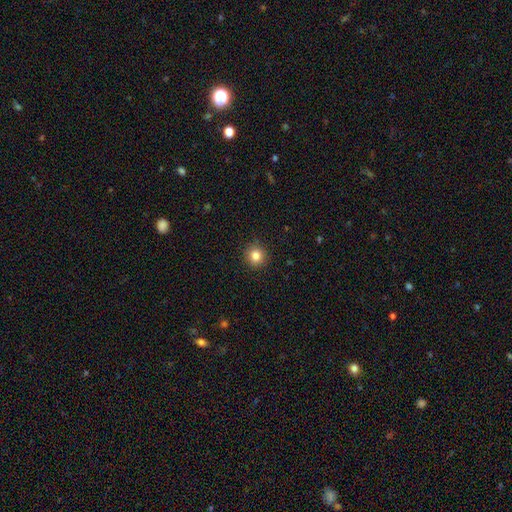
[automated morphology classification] This appears to be a smooth galaxy with no disk features (83%) that is round (92%). Merging: none (92%).